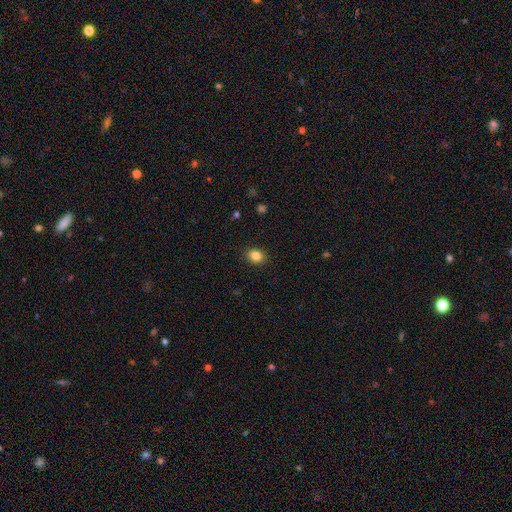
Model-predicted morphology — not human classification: smooth-or-featured: smooth: 85% | star or artifact: 10% | featured or disk: 5%
  how-rounded: round: 52% | in between: 47% | cigar-shaped: 1%
  merging: none: 89% | minor disturbance: 8% | major disturbance: 2% | merger: 1%